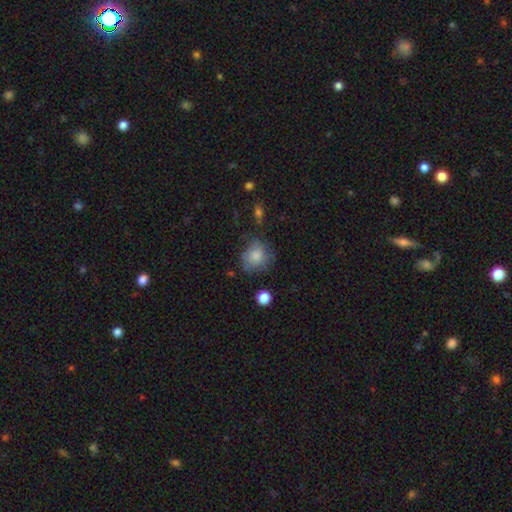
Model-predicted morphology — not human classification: Smooth or featured?
  - smooth: 79% *
  - featured or disk: 12%
  - star or artifact: 9%
How rounded?
  - round: 77% *
  - in between: 22%
  - cigar-shaped: 1%
Merging?
  - none: 61% *
  - minor disturbance: 25%
  - major disturbance: 11%
  - merger: 3%